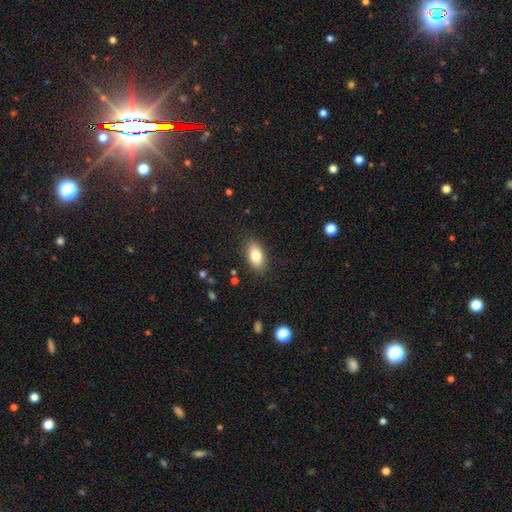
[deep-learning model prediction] The model was most divided on "smooth or featured": smooth: 80%, featured or disk: 12%, star or artifact: 8%. More confident: how rounded — in between (90%); merging — none (86%).